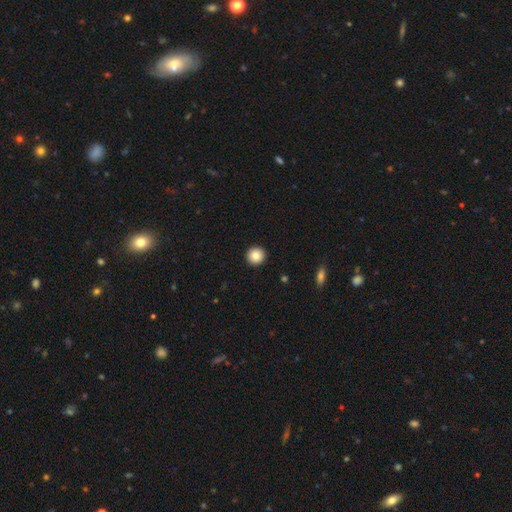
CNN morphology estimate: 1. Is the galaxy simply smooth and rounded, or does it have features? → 84% smooth, 9% star or artifact, 7% featured or disk.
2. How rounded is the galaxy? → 95% round, 4% in between, 1% cigar-shaped.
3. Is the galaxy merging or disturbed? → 93% none, 4% minor disturbance, 1% major disturbance, 1% merger.